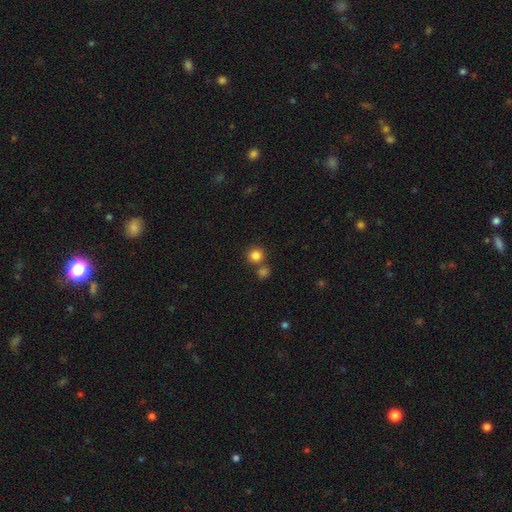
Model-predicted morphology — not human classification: A smooth galaxy with no disk features (83%) that is round (92%). Merging: none (69%).